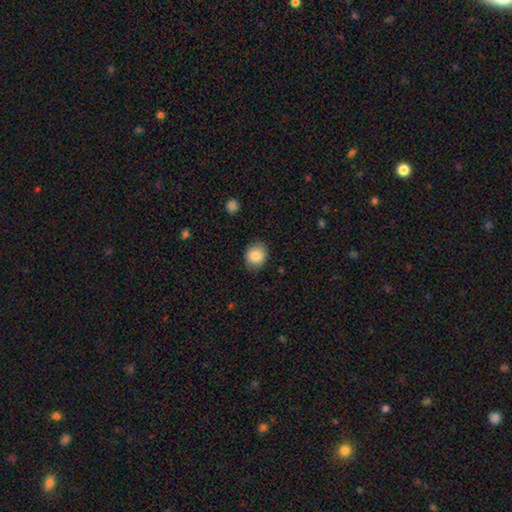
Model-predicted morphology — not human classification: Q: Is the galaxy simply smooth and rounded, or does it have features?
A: smooth — 85%.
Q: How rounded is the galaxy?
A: round — 71%.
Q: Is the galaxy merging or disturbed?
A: none — 82%.